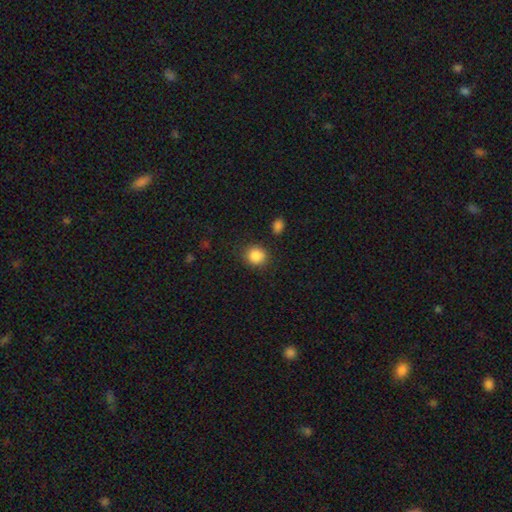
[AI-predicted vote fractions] Smooth or featured?
  - smooth: 87% *
  - star or artifact: 9%
  - featured or disk: 4%
How rounded?
  - round: 80% *
  - in between: 19%
  - cigar-shaped: 1%
Merging?
  - none: 84% *
  - minor disturbance: 10%
  - major disturbance: 3%
  - merger: 3%